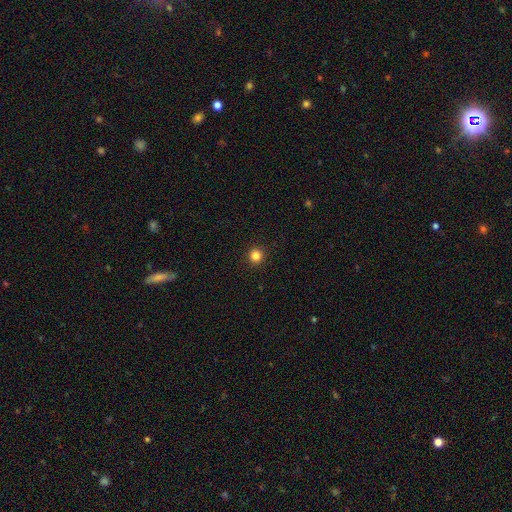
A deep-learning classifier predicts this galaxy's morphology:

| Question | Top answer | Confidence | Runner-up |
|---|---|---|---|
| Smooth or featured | smooth | 83% | star or artifact (13%) |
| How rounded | round | 95% | in between (4%) |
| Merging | none | 93% | minor disturbance (4%) |